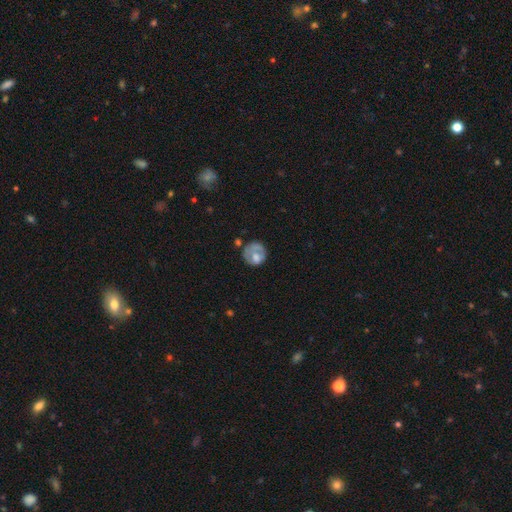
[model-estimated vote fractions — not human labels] Smooth or featured?
  - smooth: 59% *
  - featured or disk: 34%
  - star or artifact: 7%
How rounded?
  - round: 82% *
  - in between: 17%
  - cigar-shaped: 1%
Merging?
  - none: 52% *
  - minor disturbance: 25%
  - major disturbance: 17%
  - merger: 5%